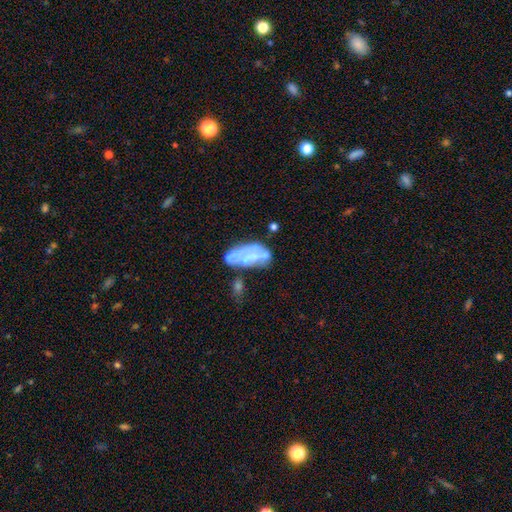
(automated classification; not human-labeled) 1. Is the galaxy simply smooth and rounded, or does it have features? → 49% featured or disk, 42% smooth, 9% star or artifact.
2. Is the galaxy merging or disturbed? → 30% none, 24% minor disturbance, 24% merger, 22% major disturbance.